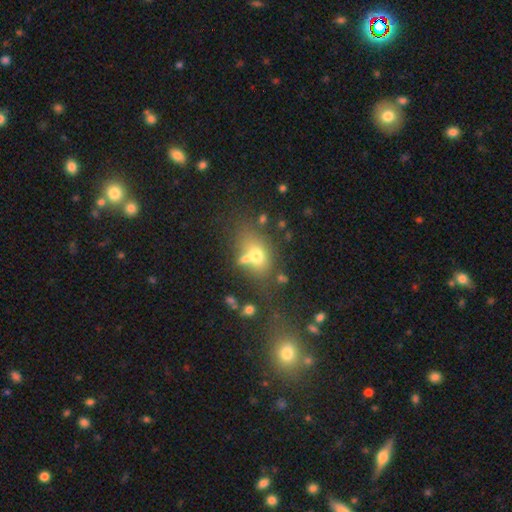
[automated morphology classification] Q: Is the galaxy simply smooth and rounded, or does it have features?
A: smooth — 66%.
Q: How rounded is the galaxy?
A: in between — 69%.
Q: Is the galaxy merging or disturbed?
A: none — 49%.